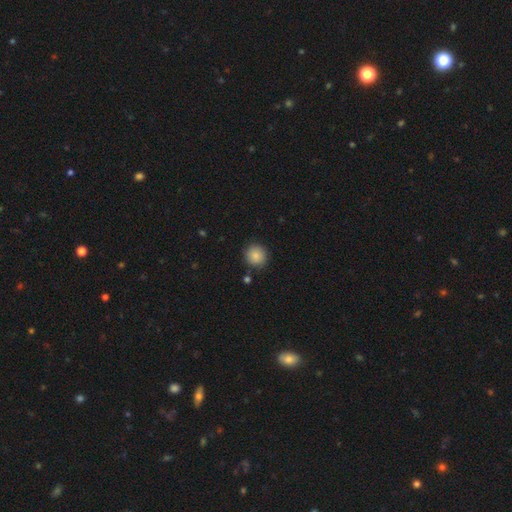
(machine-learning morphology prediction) Smooth or featured? Predicted: smooth (p=0.87). How rounded? Predicted: round (p=0.94). Merging? Predicted: none (p=0.87).